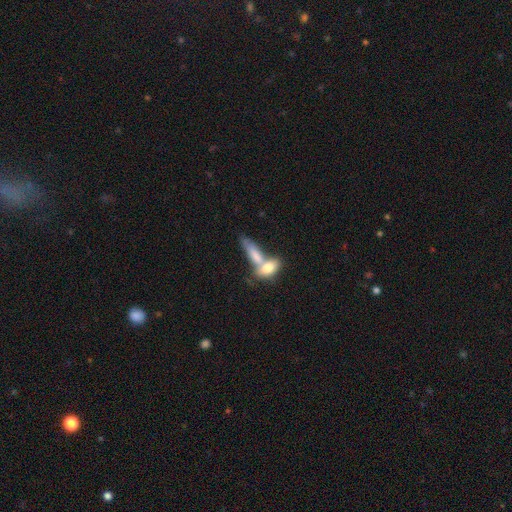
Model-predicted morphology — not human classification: Smooth or featured? Predicted: smooth (p=0.75). How rounded? Predicted: in between (p=0.67). Merging? Predicted: merger (p=0.62).